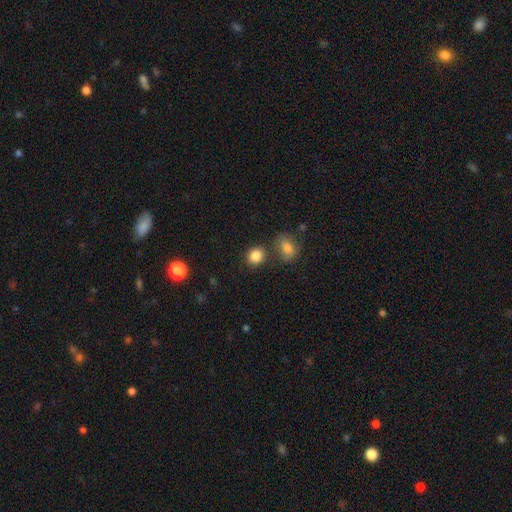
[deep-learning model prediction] Overall: smooth (86%). How rounded: round (72%). Merging: none (75%).